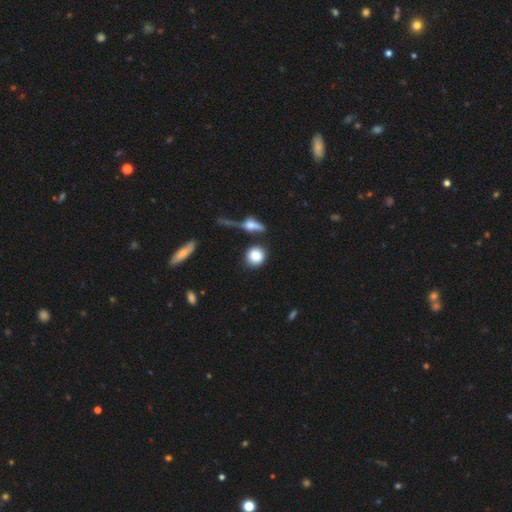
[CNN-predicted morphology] smooth-or-featured: smooth: 82% | featured or disk: 9% | star or artifact: 9%
  how-rounded: round: 86% | in between: 12% | cigar-shaped: 2%
  merging: none: 72% | minor disturbance: 13% | merger: 10% | major disturbance: 6%